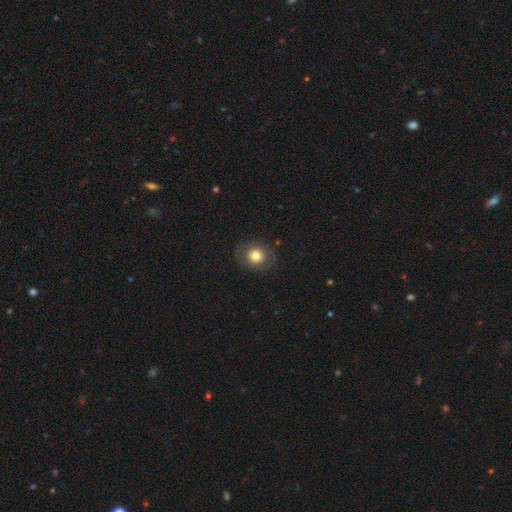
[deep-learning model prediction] smooth-or-featured: smooth: 77% | featured or disk: 13% | star or artifact: 10%
  how-rounded: round: 76% | in between: 23% | cigar-shaped: 1%
  merging: none: 84% | minor disturbance: 11% | major disturbance: 4% | merger: 1%